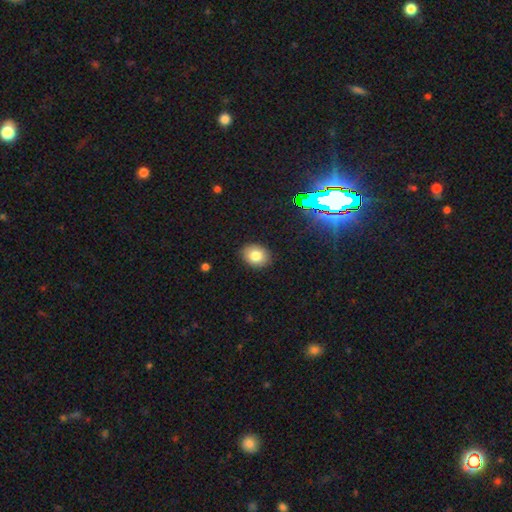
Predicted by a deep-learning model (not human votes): Smooth or featured? Predicted: smooth (p=0.80). How rounded? Predicted: in between (p=0.59). Merging? Predicted: none (p=0.88).